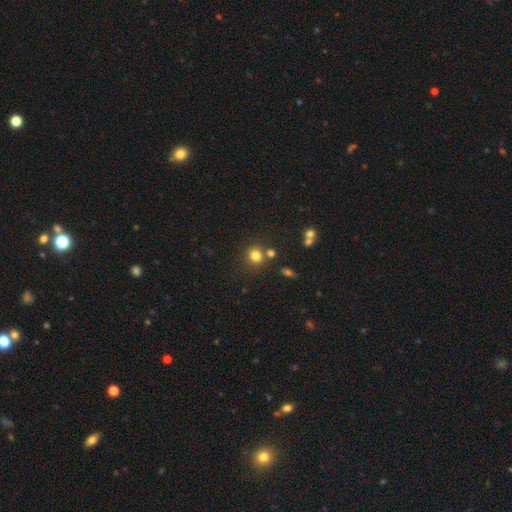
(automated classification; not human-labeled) Q: Smooth or featured?
A: smooth (79%); runner-up: star or artifact (14%)
Q: How rounded?
A: round (83%); runner-up: in between (16%)
Q: Merging?
A: none (74%); runner-up: merger (12%)